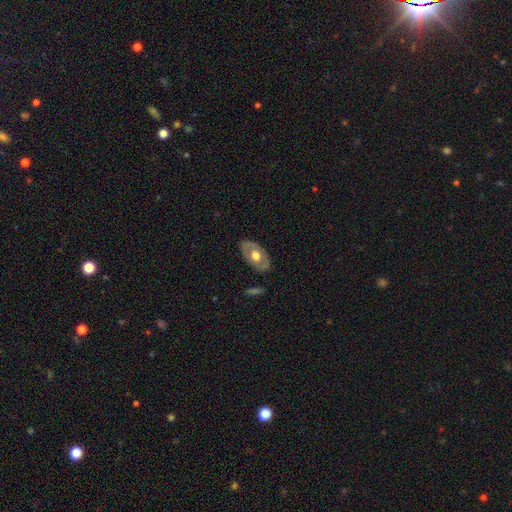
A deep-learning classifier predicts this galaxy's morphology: The model was most divided on "smooth or featured": featured or disk: 50%, smooth: 45%, star or artifact: 5%. More confident: edge-on disk — no (86%); merging — none (81%).